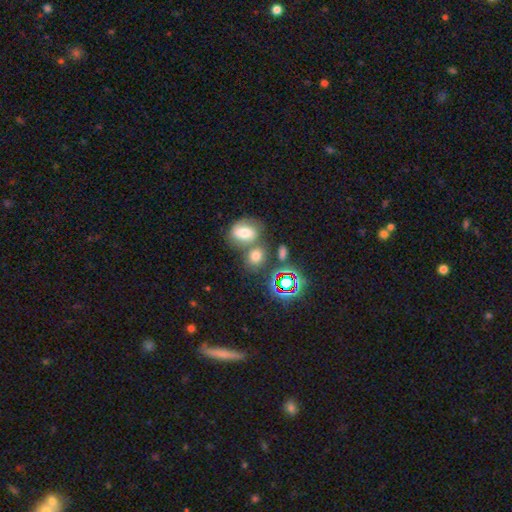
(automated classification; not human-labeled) Smooth or featured? smooth (62%)
How rounded? in between (51%)
Merging? none (48%)